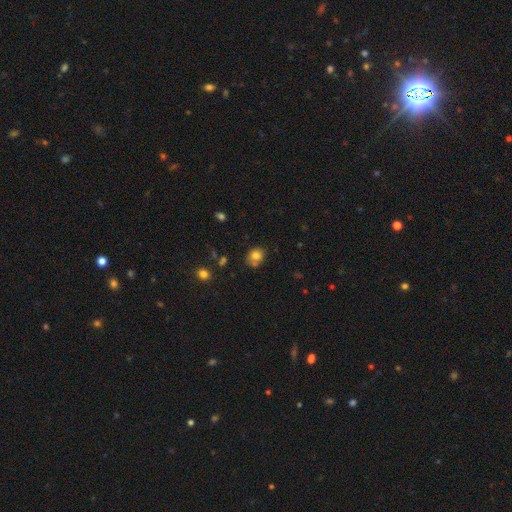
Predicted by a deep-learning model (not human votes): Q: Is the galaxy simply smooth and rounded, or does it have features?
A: smooth — 78%.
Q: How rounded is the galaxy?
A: round — 58%.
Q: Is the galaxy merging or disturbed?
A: none — 59%.